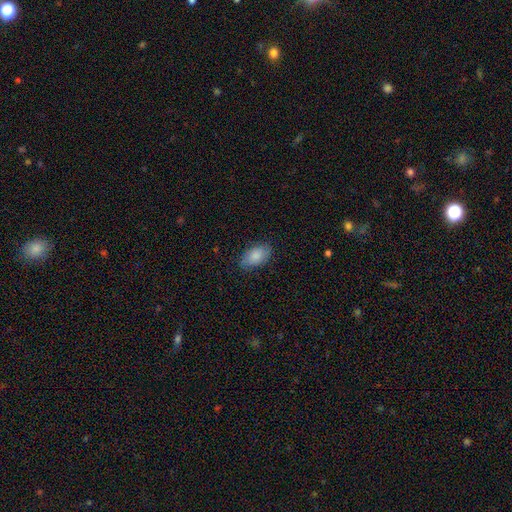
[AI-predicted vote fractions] Smooth or featured?
  - smooth: 84% *
  - featured or disk: 9%
  - star or artifact: 6%
How rounded?
  - in between: 93% *
  - round: 5%
  - cigar-shaped: 2%
Merging?
  - none: 81% *
  - minor disturbance: 15%
  - major disturbance: 3%
  - merger: 1%